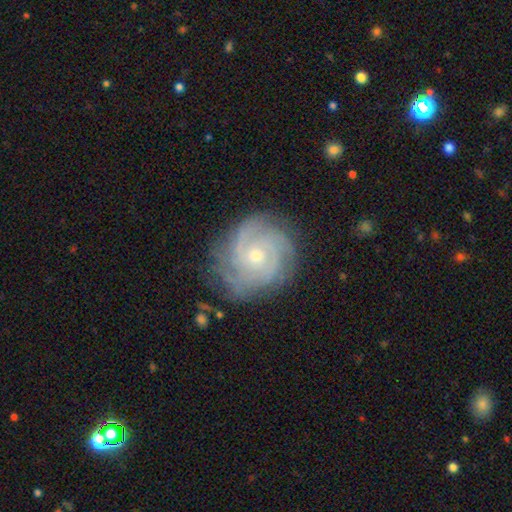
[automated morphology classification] featured or disk 85%, smooth 9%, star or artifact 6%. Down the decision tree: edge-on disk — no (98%); bar — no (76%); spiral arms — yes (97%); spiral arm count — 3 (28%); spiral winding — tight (73%); bulge size — small (62%); merging — none (78%).